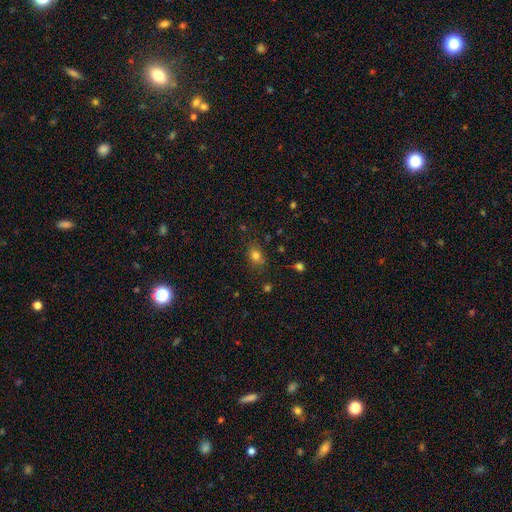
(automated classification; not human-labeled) This is likely a smooth galaxy (78%). How rounded: possibly in between (58%). Merging: likely none (78%).